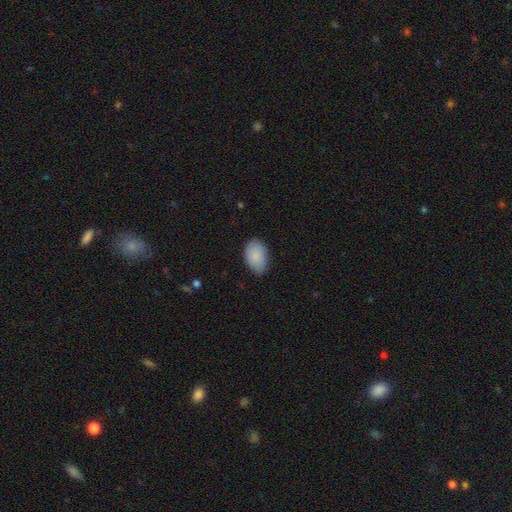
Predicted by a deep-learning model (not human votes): Smooth or featured? Predicted: smooth (p=0.88). How rounded? Predicted: in between (p=0.91). Merging? Predicted: none (p=0.77).